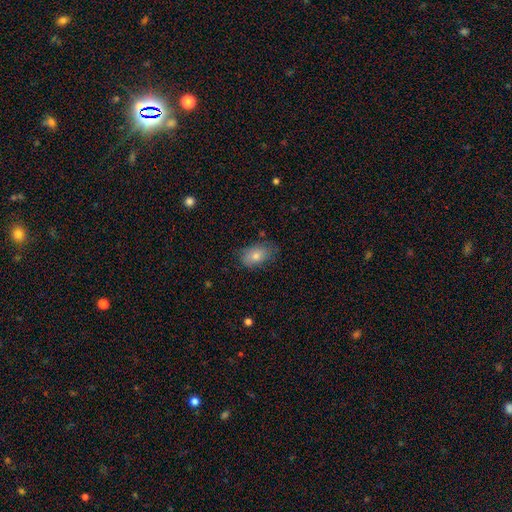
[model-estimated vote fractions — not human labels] Smooth or featured: smooth — 73% (featured or disk — 17%)
How rounded: in between — 88% (round — 11%)
Merging: none — 74% (minor disturbance — 20%)